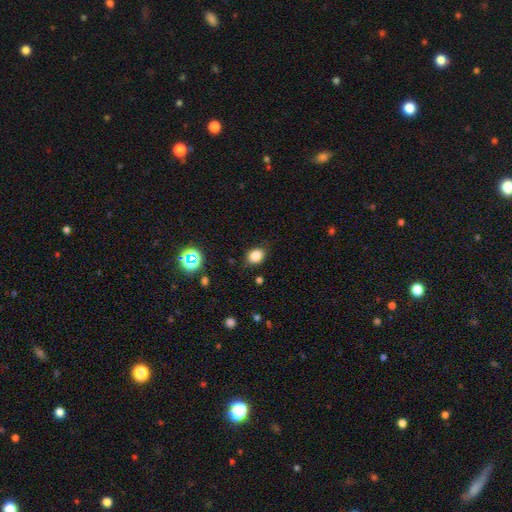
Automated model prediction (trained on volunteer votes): Smooth or featured?
  - smooth: 82% *
  - star or artifact: 12%
  - featured or disk: 6%
How rounded?
  - in between: 51% *
  - round: 48%
  - cigar-shaped: 1%
Merging?
  - none: 80% *
  - minor disturbance: 15%
  - major disturbance: 4%
  - merger: 2%